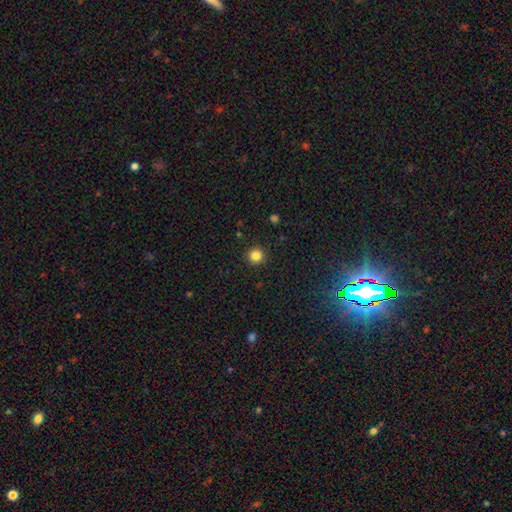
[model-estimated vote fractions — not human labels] Smooth or featured?
  - smooth: 84% *
  - star or artifact: 12%
  - featured or disk: 4%
How rounded?
  - round: 95% *
  - in between: 4%
  - cigar-shaped: 1%
Merging?
  - none: 93% *
  - minor disturbance: 5%
  - major disturbance: 2%
  - merger: 1%